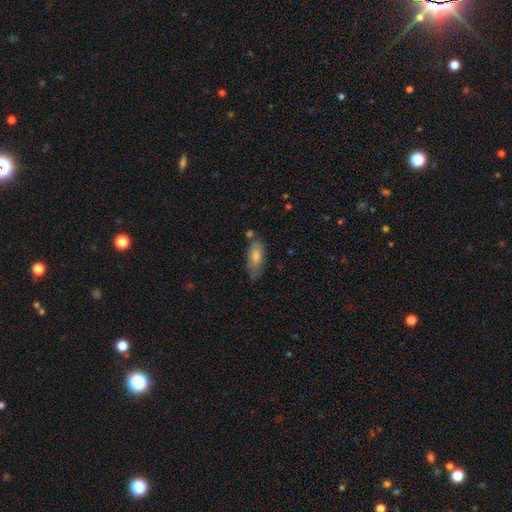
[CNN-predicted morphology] smooth-or-featured: smooth: 66% | featured or disk: 26% | star or artifact: 8%
  how-rounded: in between: 69% | cigar-shaped: 28% | round: 3%
  merging: none: 67% | minor disturbance: 21% | merger: 7% | major disturbance: 5%